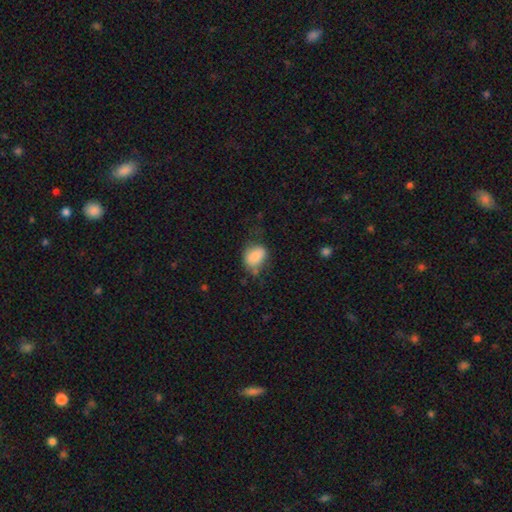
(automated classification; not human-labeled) Overall: smooth (80%). How rounded: in between (61%; round 37%). Merging: none (50%; minor disturbance 32%).